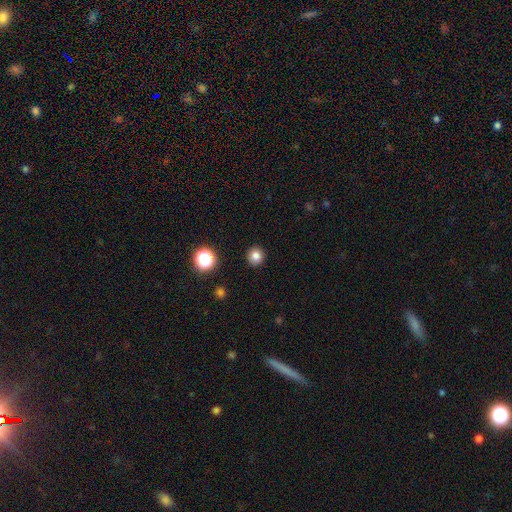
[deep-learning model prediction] smooth 81%, star or artifact 13%, featured or disk 6%. Down the decision tree: how rounded — round (93%); merging — none (92%).